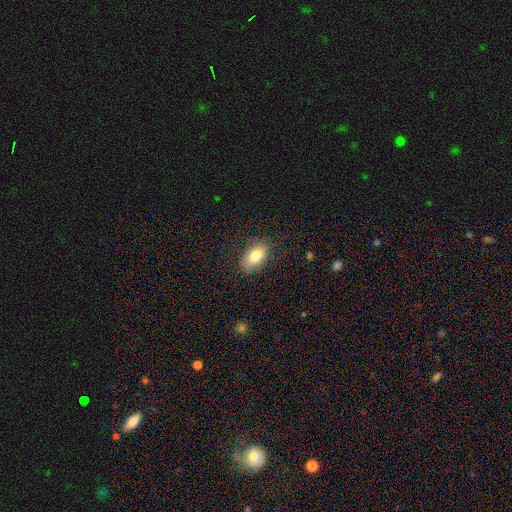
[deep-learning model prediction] Smooth or featured: smooth — 79% (featured or disk — 12%)
How rounded: in between — 90% (round — 7%)
Merging: none — 84% (minor disturbance — 12%)